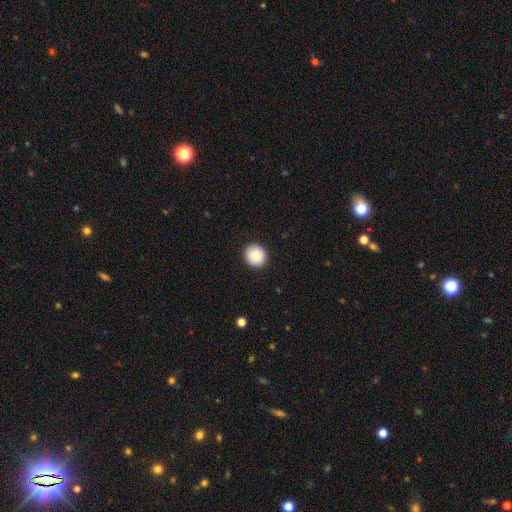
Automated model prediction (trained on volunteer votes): smooth-or-featured: smooth: 84% | featured or disk: 8% | star or artifact: 8%
  how-rounded: round: 81% | in between: 18% | cigar-shaped: 1%
  merging: none: 91% | minor disturbance: 6% | major disturbance: 2% | merger: 1%